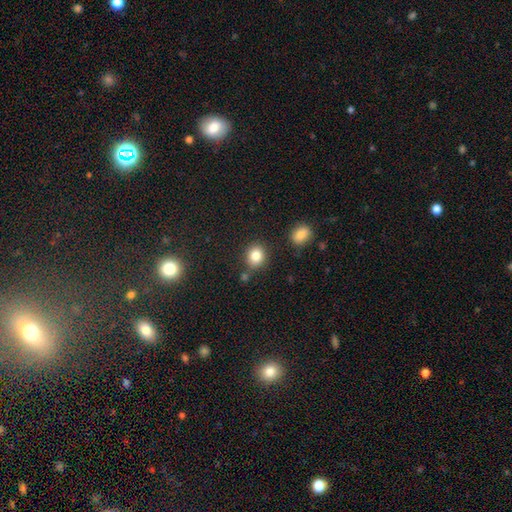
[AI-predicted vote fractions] smooth 83%, star or artifact 11%, featured or disk 6%. Down the decision tree: how rounded — round (71%); merging — none (77%).